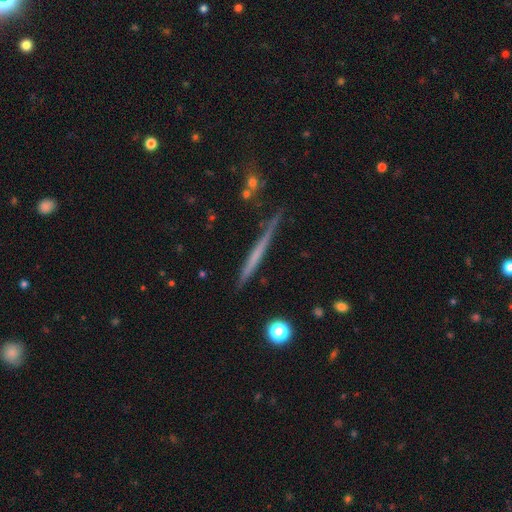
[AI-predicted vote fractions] This appears to be a featured or disk galaxy (51%) viewed edge-on (97%). Merging: none (84%).